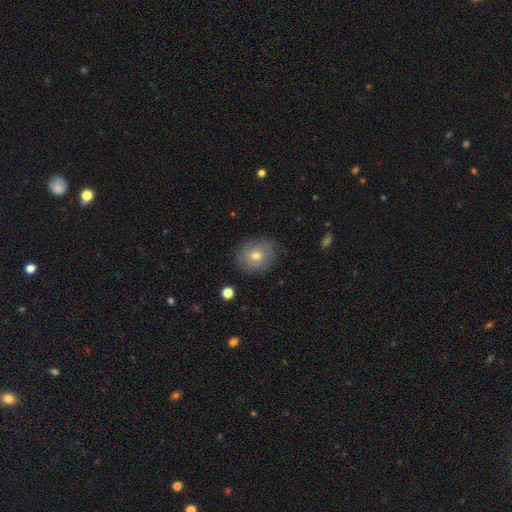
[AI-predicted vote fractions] smooth-or-featured: smooth: 66% | featured or disk: 24% | star or artifact: 10%
  how-rounded: round: 76% | in between: 23% | cigar-shaped: 1%
  merging: none: 80% | minor disturbance: 14% | major disturbance: 4% | merger: 1%